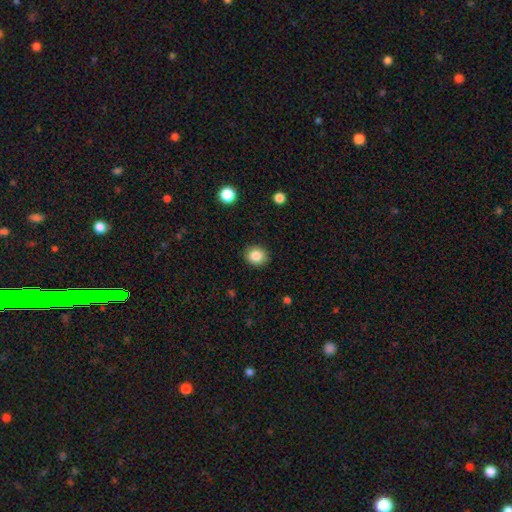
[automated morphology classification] A smooth galaxy with no disk features (84%) that is round (79%). Merging: none (91%).